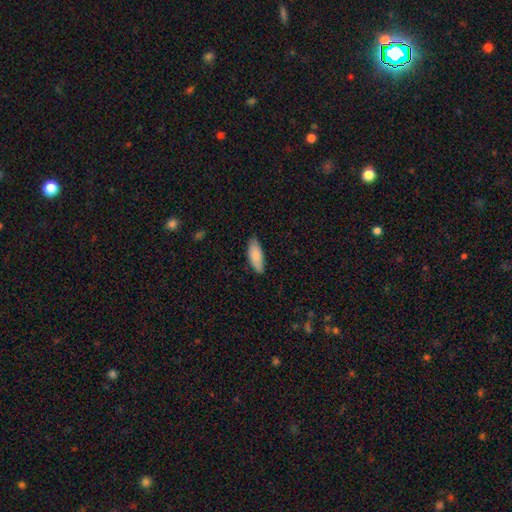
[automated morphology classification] The model was most divided on "how rounded": in between: 73%, cigar-shaped: 25%, round: 2%. More confident: smooth or featured — smooth (85%); merging — none (79%).